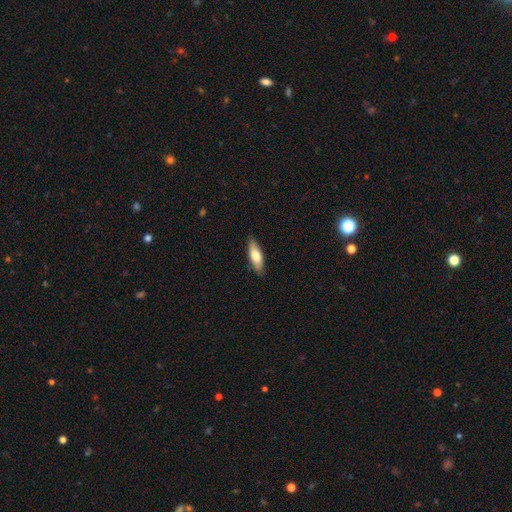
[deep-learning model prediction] Smooth or featured: smooth — 71% (featured or disk — 24%)
How rounded: in between — 55% (cigar-shaped — 43%)
Merging: none — 86% (minor disturbance — 11%)